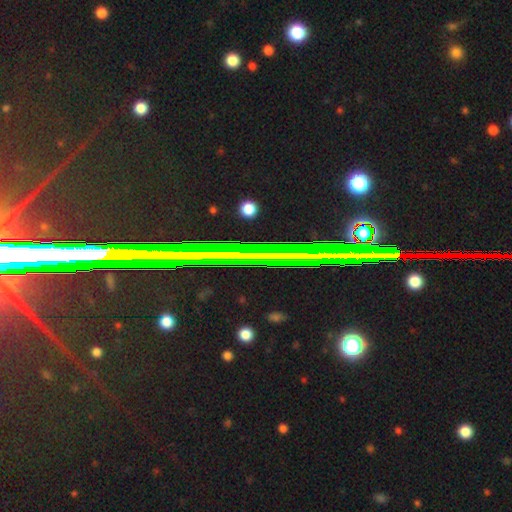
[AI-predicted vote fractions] This appears to be a star or artifact, not a galaxy (73%).